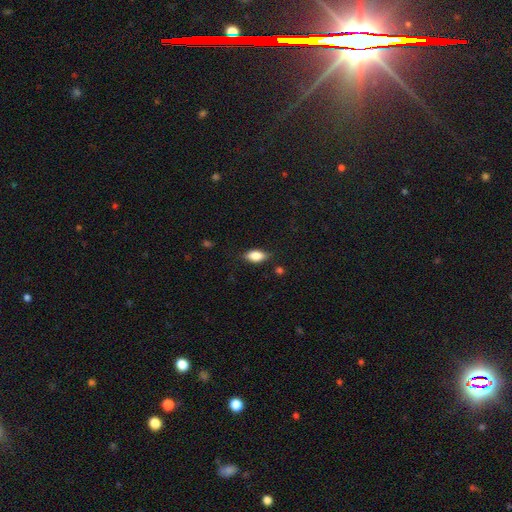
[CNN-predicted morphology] type=smooth (80%); roundness=in between (87%); merging=none (80%).